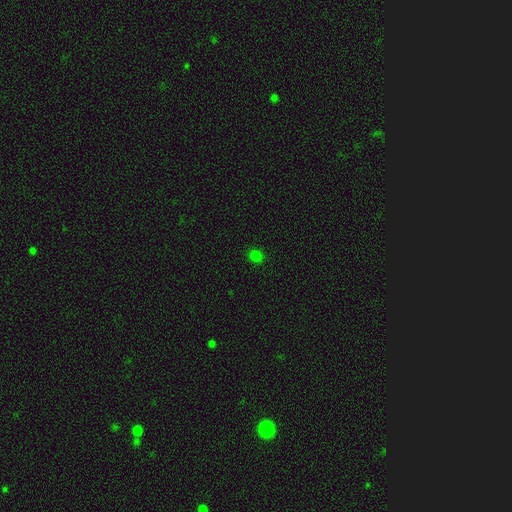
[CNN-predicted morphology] The model was most divided on "how rounded": round: 79%, in between: 20%, cigar-shaped: 1%. More confident: merging — none (91%); smooth or featured — smooth (78%).